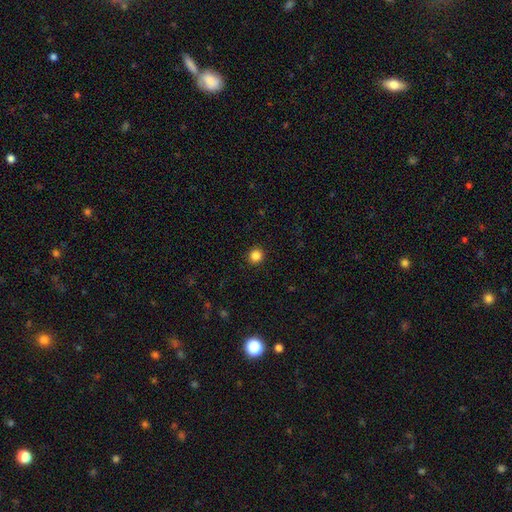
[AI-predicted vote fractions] smooth 85%, star or artifact 11%, featured or disk 4%. Down the decision tree: how rounded — round (93%); merging — none (93%).